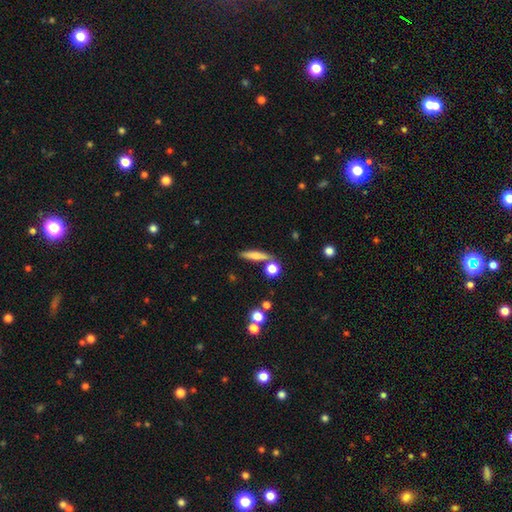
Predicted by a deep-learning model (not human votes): smooth 66%, featured or disk 25%, star or artifact 9%. Down the decision tree: how rounded — cigar-shaped (76%); merging — none (75%).